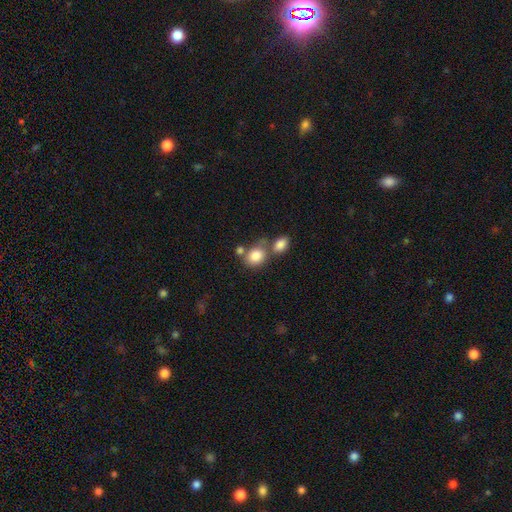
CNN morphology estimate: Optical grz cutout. It shows a smooth galaxy with no disk features (84%) that is in between round and cigar-shaped (51%). Merging: none (43%).